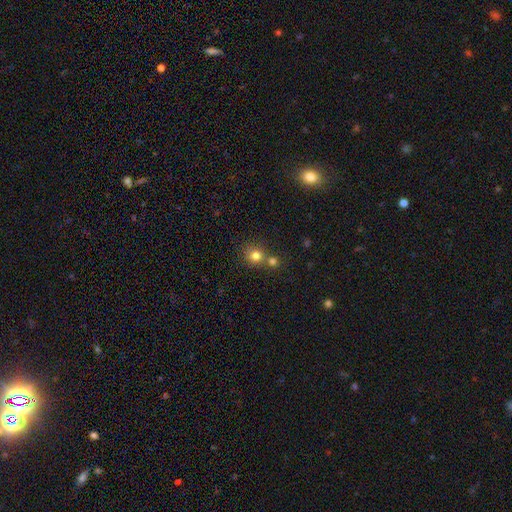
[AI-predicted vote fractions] smooth 79%, star or artifact 13%, featured or disk 8%. Down the decision tree: how rounded — round (83%); merging — none (53%).